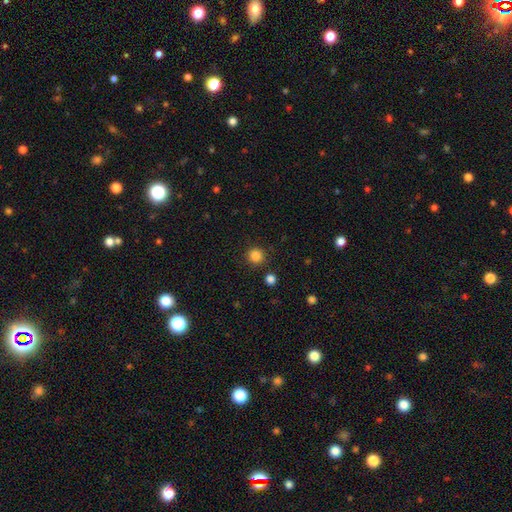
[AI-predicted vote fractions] A smooth galaxy with no disk features (85%) that is round (94%).

Vote fractions:
- Smooth or featured? smooth: 85% / star or artifact: 12% / featured or disk: 3%
- How rounded? round: 94% / in between: 5% / cigar-shaped: 1%
- Merging? none: 89% / minor disturbance: 6% / merger: 3% / major disturbance: 2%